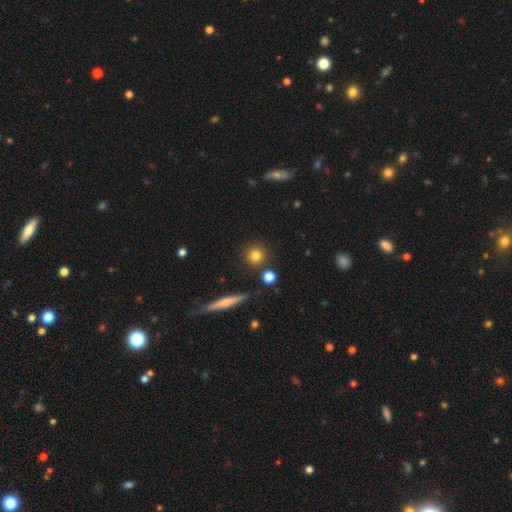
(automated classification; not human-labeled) smooth-or-featured: smooth: 79% | star or artifact: 11% | featured or disk: 10%
  how-rounded: round: 91% | in between: 6% | cigar-shaped: 2%
  merging: none: 84% | minor disturbance: 7% | merger: 6% | major disturbance: 3%